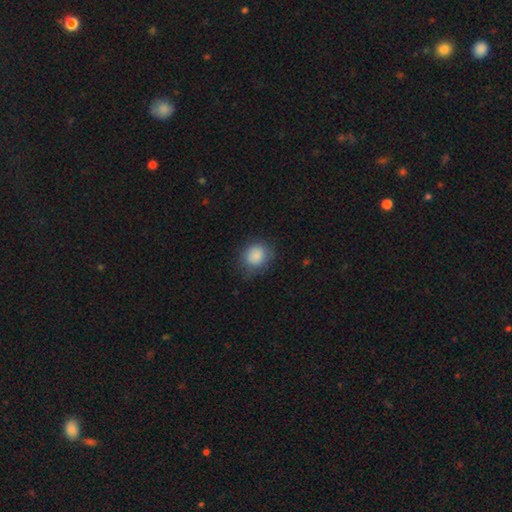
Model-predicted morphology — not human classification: smooth 87%, star or artifact 8%, featured or disk 5%. Down the decision tree: how rounded — round (77%); merging — none (73%).